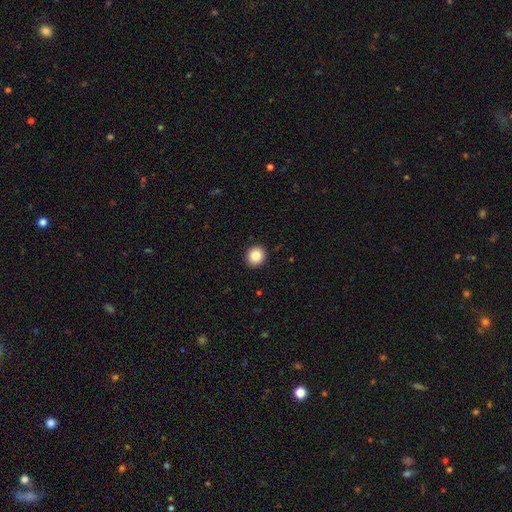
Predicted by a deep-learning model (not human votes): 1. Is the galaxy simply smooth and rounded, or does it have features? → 85% smooth, 9% star or artifact, 6% featured or disk.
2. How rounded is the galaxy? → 91% round, 8% in between, 1% cigar-shaped.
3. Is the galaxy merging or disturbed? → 93% none, 5% minor disturbance, 2% major disturbance, 1% merger.